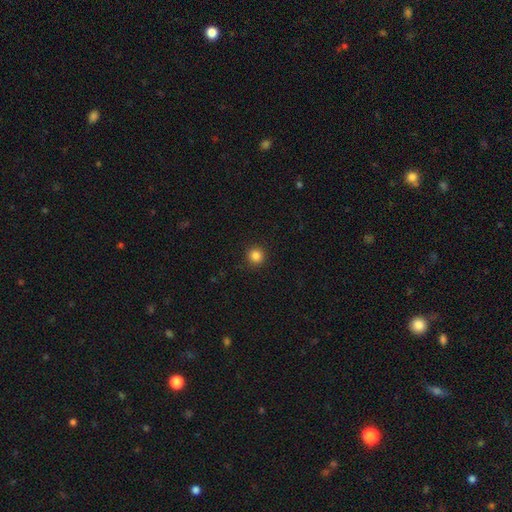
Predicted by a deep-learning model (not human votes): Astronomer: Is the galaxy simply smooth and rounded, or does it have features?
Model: smooth — 85%.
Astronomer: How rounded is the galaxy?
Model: round — 95%.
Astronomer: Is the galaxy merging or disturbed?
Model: none — 92%.